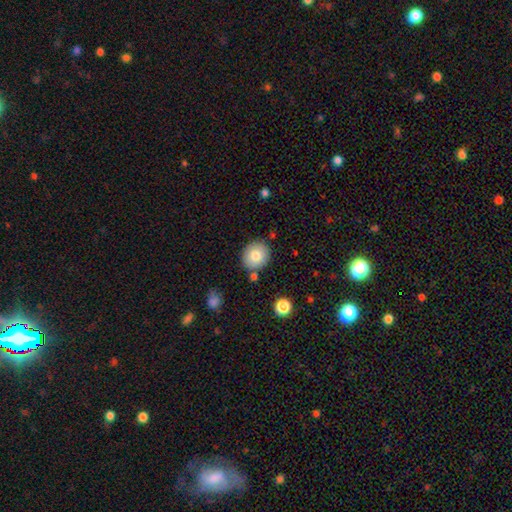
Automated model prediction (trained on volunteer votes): Smooth or featured?
  - smooth: 79% *
  - featured or disk: 12%
  - star or artifact: 9%
How rounded?
  - round: 85% *
  - in between: 14%
  - cigar-shaped: 1%
Merging?
  - none: 82% *
  - minor disturbance: 10%
  - merger: 5%
  - major disturbance: 2%